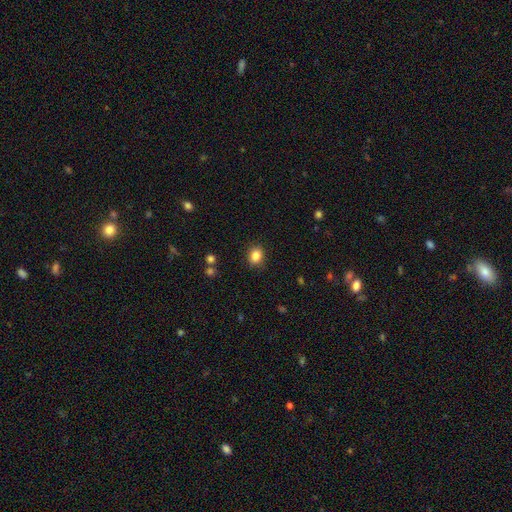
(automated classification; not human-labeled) Smooth or featured? smooth (85%)
How rounded? round (53%)
Merging? none (88%)